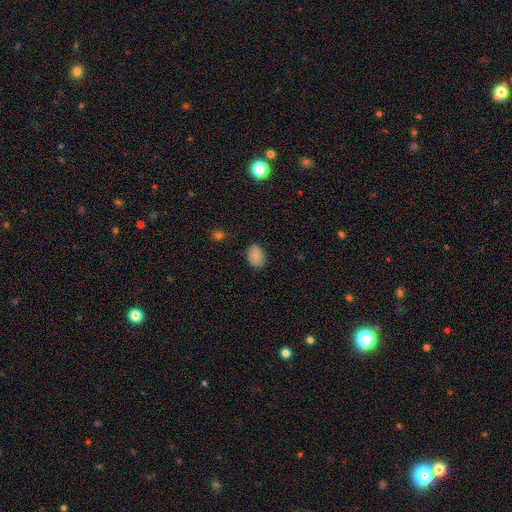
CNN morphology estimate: smooth-or-featured: smooth: 87% | star or artifact: 9% | featured or disk: 4%
  how-rounded: in between: 78% | round: 21% | cigar-shaped: 1%
  merging: none: 86% | minor disturbance: 10% | major disturbance: 2% | merger: 1%